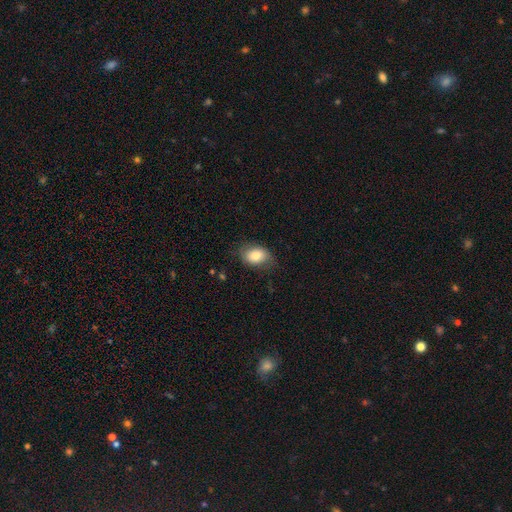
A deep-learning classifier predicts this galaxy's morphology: A smooth galaxy with no disk features (77%) that is in between round and cigar-shaped (81%).

Vote fractions:
- Smooth or featured? smooth: 77% / featured or disk: 15% / star or artifact: 7%
- How rounded? in between: 81% / round: 18% / cigar-shaped: 1%
- Merging? none: 70% / minor disturbance: 22% / major disturbance: 7% / merger: 1%